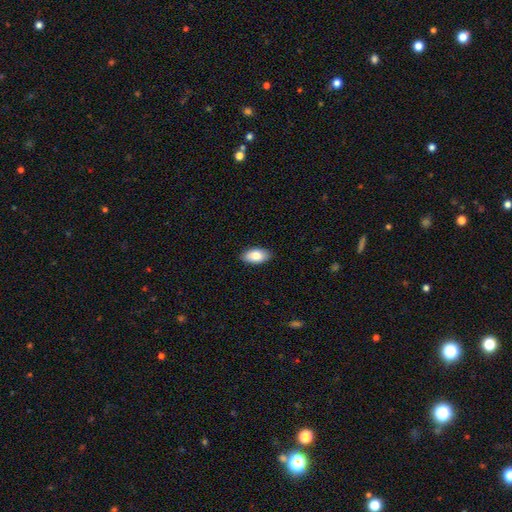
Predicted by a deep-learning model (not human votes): Morphology: type=smooth (83%); roundness=in between (94%); merging=none (89%).